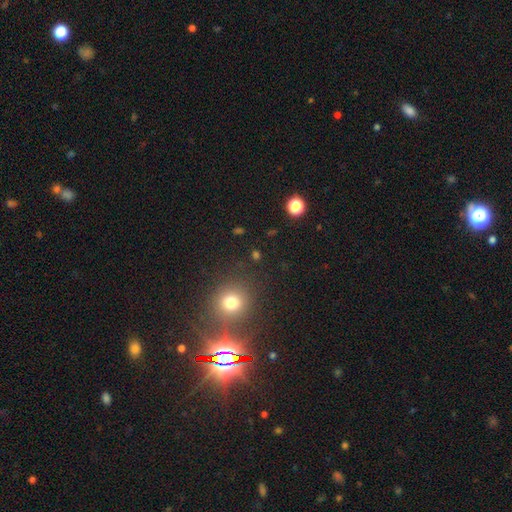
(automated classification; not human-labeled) star or artifact 47%, smooth 44%, featured or disk 9%.